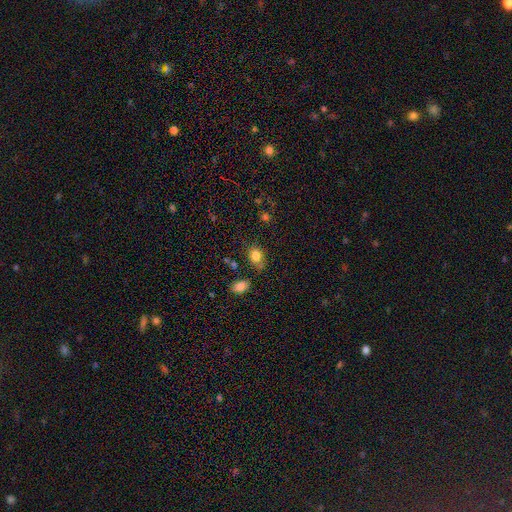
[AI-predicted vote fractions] Morphology: type=smooth (82%); roundness=in between (64%); merging=none (65%).